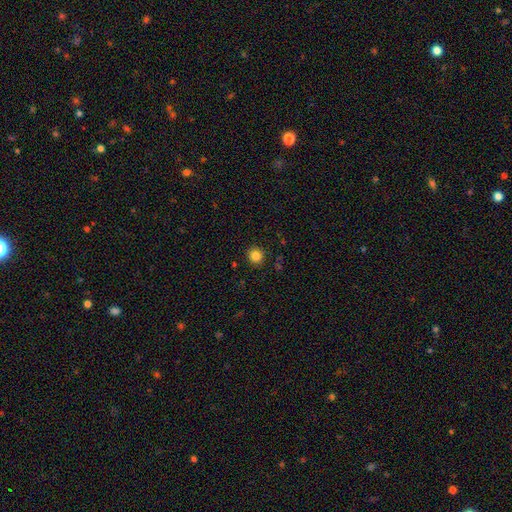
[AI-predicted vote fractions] Smooth or featured: smooth — 84% (star or artifact — 12%)
How rounded: round — 92% (in between — 7%)
Merging: none — 91% (minor disturbance — 6%)